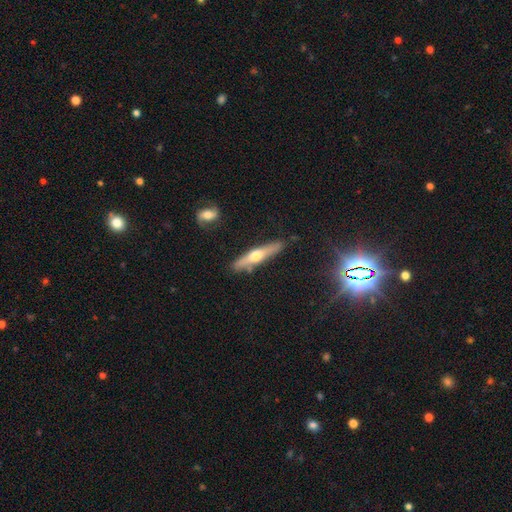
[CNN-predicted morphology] Smooth or featured? Predicted: featured or disk (p=0.55). Edge-on disk? Predicted: yes (p=0.92). Edge-on bulge? Predicted: rounded (p=0.91). Merging? Predicted: none (p=0.83).